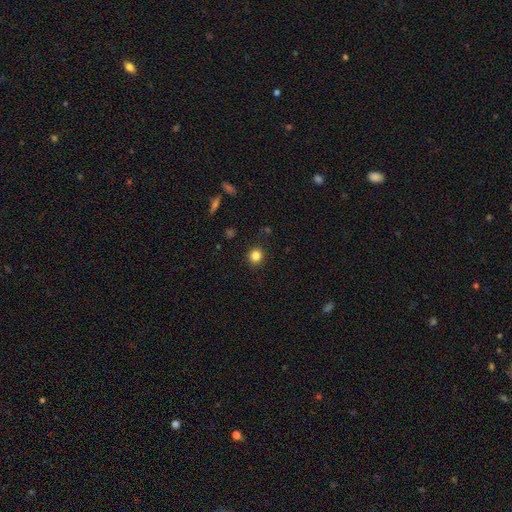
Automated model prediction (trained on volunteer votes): Q: Smooth or featured?
A: smooth (84%); runner-up: star or artifact (12%)
Q: How rounded?
A: round (87%); runner-up: in between (12%)
Q: Merging?
A: none (89%); runner-up: minor disturbance (7%)